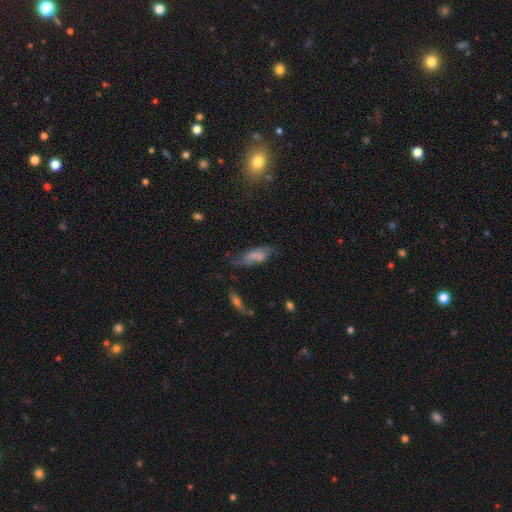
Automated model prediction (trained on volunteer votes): Smooth or featured: smooth — 67% (featured or disk — 23%)
How rounded: in between — 70% (cigar-shaped — 27%)
Merging: none — 42% (minor disturbance — 28%)